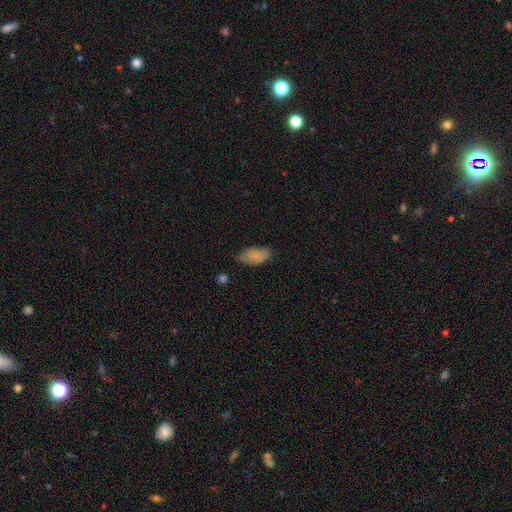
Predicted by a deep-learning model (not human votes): smooth-or-featured: smooth: 75% | featured or disk: 16% | star or artifact: 9%
  how-rounded: in between: 92% | cigar-shaped: 5% | round: 3%
  merging: none: 57% | minor disturbance: 33% | major disturbance: 8% | merger: 2%